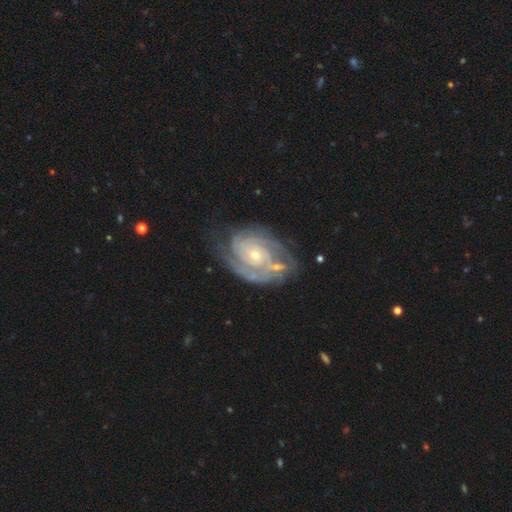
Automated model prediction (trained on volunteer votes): Q: Smooth or featured?
A: featured or disk (86%); runner-up: smooth (8%)
Q: Edge-on disk?
A: no (97%); runner-up: yes (3%)
Q: Bar?
A: no (74%); runner-up: weak (21%)
Q: Spiral arms?
A: yes (94%); runner-up: no (6%)
Q: Spiral winding?
A: tight (67%); runner-up: medium (27%)
Q: Spiral arm count?
A: 2 (35%); runner-up: can't tell (27%)
Q: Bulge size?
A: small (65%); runner-up: moderate (31%)
Q: Merging?
A: none (62%); runner-up: minor disturbance (21%)